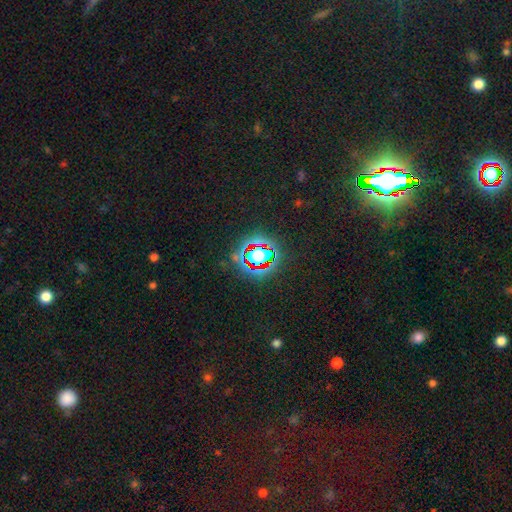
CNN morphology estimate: Smooth or featured?
  - star or artifact: 81% *
  - smooth: 11%
  - featured or disk: 8%